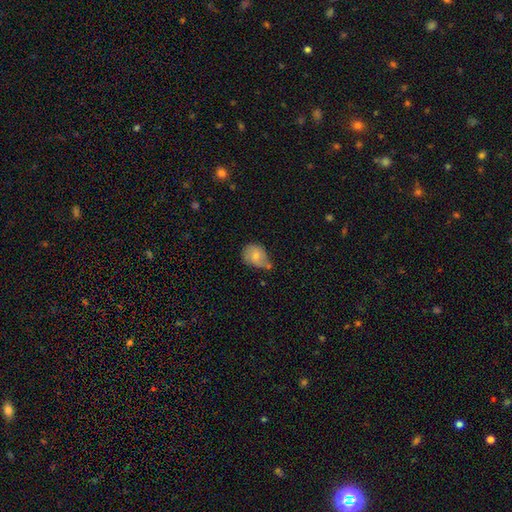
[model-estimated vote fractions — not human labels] Smooth or featured: smooth — 70% (featured or disk — 22%)
How rounded: in between — 55% (round — 43%)
Merging: minor disturbance — 38% (tied with none — 38%)